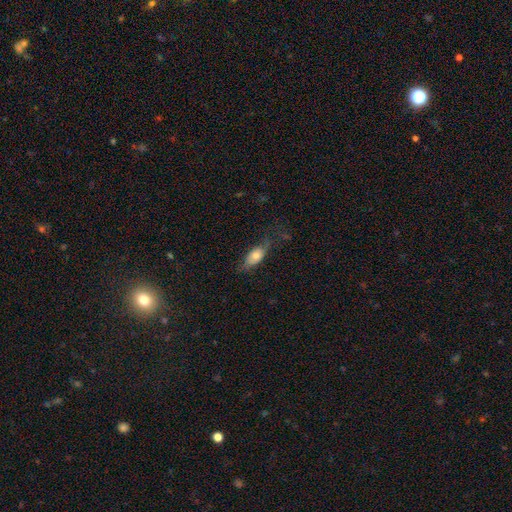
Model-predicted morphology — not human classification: Smooth or featured? Predicted: smooth (p=0.64). How rounded? Predicted: in between (p=0.83). Merging? Predicted: none (p=0.52).